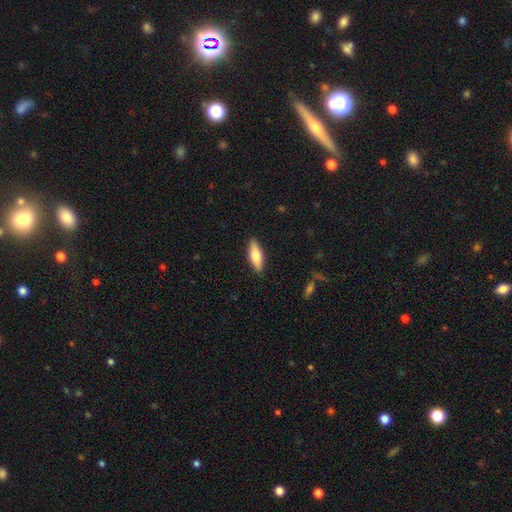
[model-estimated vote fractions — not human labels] Smooth or featured? smooth (63%)
How rounded? in between (54%)
Merging? none (89%)